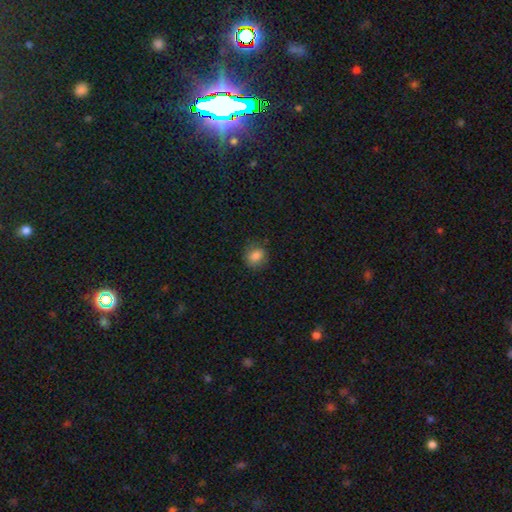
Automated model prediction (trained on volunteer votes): smooth-or-featured: smooth: 84% | star or artifact: 10% | featured or disk: 6%
  how-rounded: round: 61% | in between: 38% | cigar-shaped: 1%
  merging: none: 81% | minor disturbance: 15% | major disturbance: 4% | merger: 1%